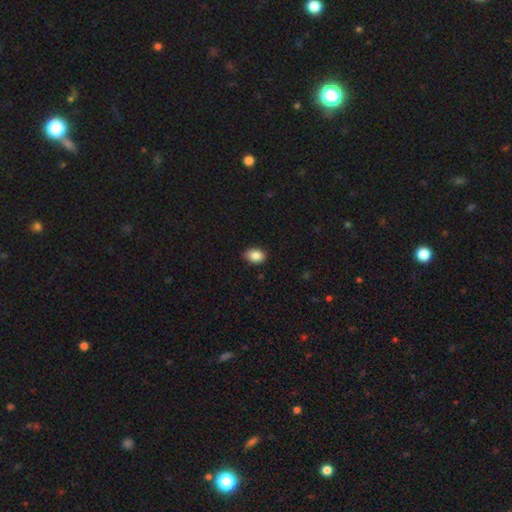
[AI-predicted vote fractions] The model was most divided on "how rounded": in between: 82%, round: 16%, cigar-shaped: 1%. More confident: smooth or featured — smooth (88%); merging — none (82%).